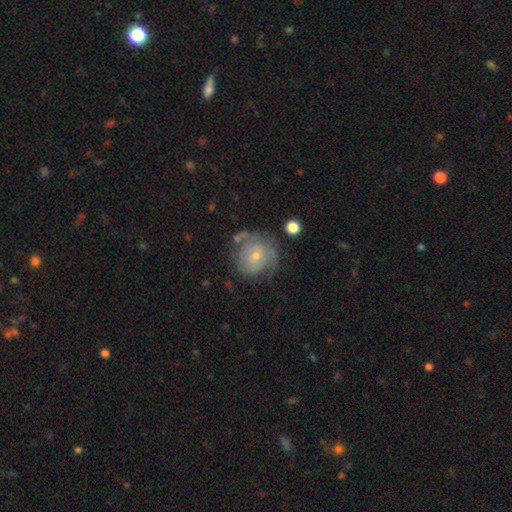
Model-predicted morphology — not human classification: featured or disk 59%, smooth 32%, star or artifact 10%. Down the decision tree: edge-on disk — no (97%); bar — no (67%); spiral arms — yes (71%); bulge size — small (59%); merging — none (60%).